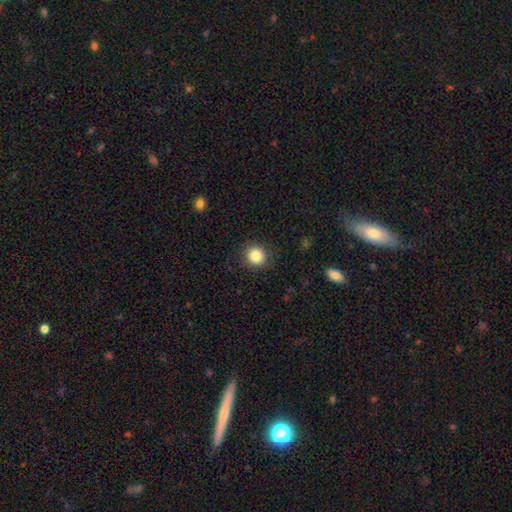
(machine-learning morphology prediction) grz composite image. It shows a smooth galaxy with no disk features (85%) that is round (92%). Merging: none (90%).